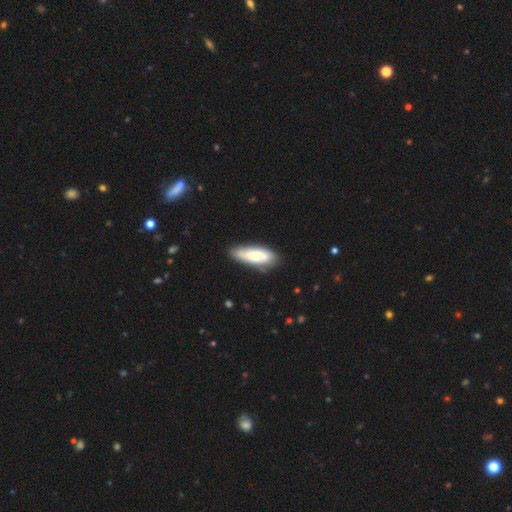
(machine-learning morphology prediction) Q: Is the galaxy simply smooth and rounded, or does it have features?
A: smooth — 53%.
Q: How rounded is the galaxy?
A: in between — 67%.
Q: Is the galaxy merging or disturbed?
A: none — 71%.